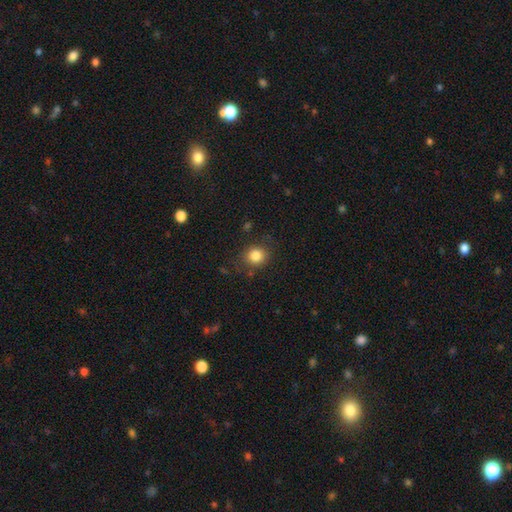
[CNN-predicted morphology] Overall: smooth (83%). How rounded: round (78%). Merging: none (83%).